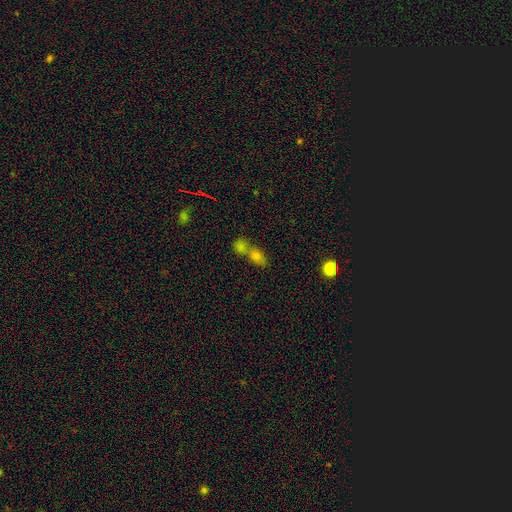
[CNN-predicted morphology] Overall: smooth (66%). How rounded: in between (60%; round 31%). Merging: merger (57%; none 31%).